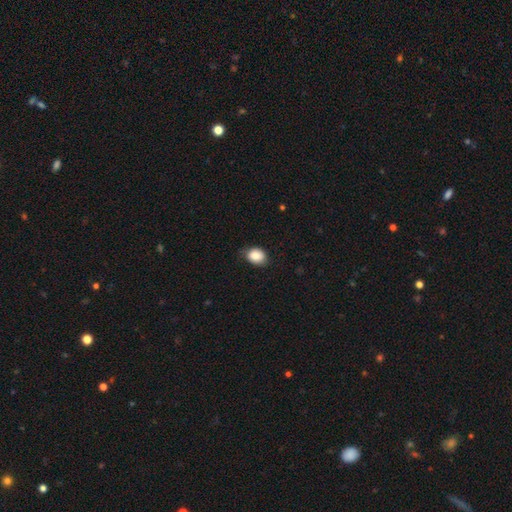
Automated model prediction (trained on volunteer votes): smooth_or_featured: smooth (p=0.85) [alt: star or artifact p=0.08]
how_rounded: in between (p=0.61) [alt: round p=0.38]
merging: none (p=0.68) [alt: minor disturbance p=0.26]